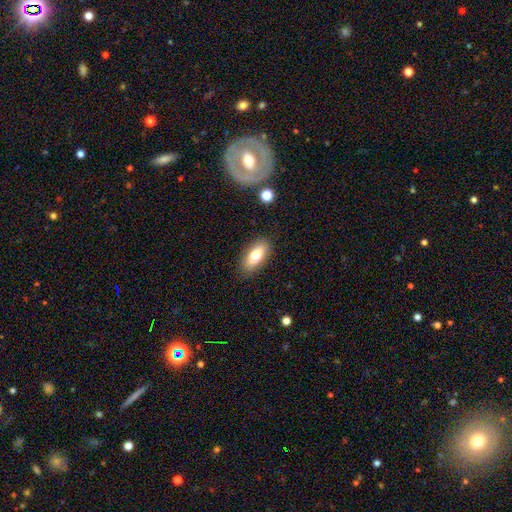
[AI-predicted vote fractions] A smooth galaxy with no disk features (73%) that is in between round and cigar-shaped (85%). Merging: none (86%).